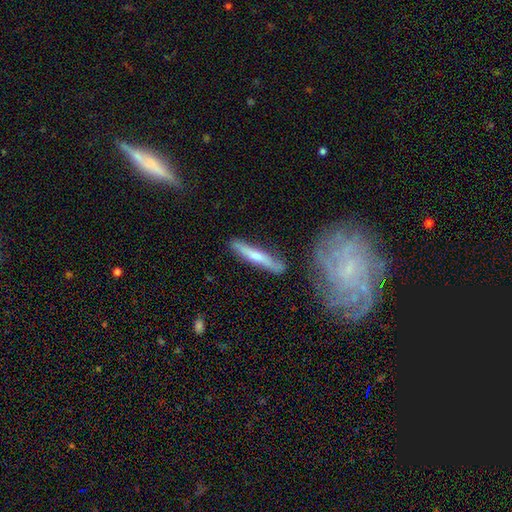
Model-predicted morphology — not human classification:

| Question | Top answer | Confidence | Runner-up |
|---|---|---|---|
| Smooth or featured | featured or disk | 49% | smooth (46%) |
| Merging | none | 82% | minor disturbance (11%) |